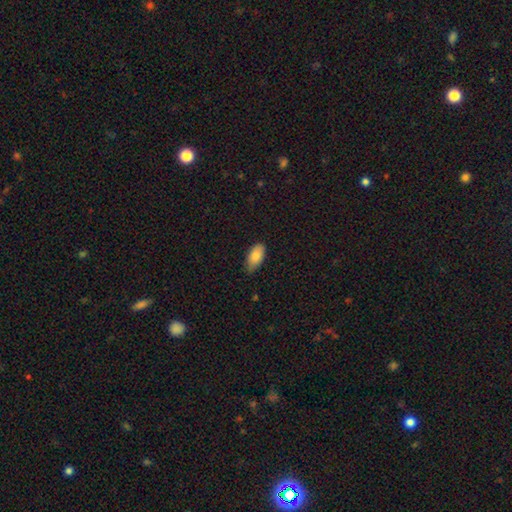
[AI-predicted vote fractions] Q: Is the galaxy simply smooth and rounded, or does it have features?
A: smooth — 84%.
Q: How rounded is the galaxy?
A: in between — 93%.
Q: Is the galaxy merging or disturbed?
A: none — 73%.